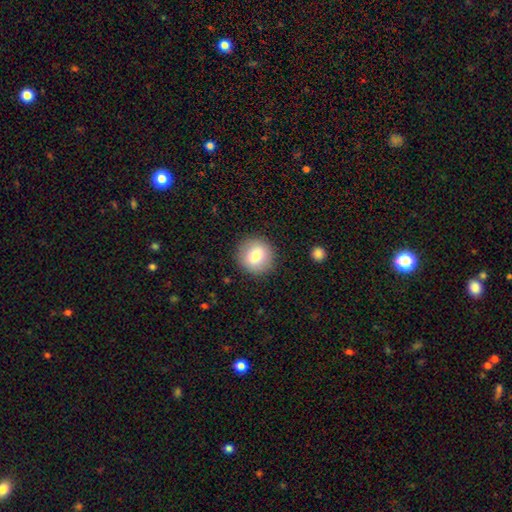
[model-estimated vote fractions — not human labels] Smooth or featured? smooth (79%)
How rounded? round (93%)
Merging? none (89%)